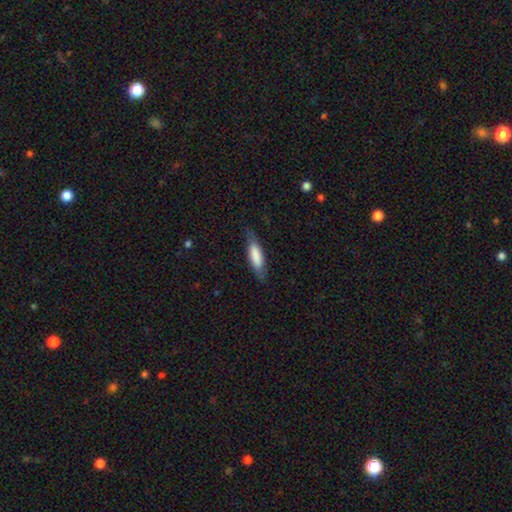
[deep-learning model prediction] smooth_or_featured: smooth (p=0.74) [alt: featured or disk p=0.20]
how_rounded: cigar-shaped (p=0.55) [alt: in between p=0.44]
merging: none (p=0.74) [alt: minor disturbance p=0.20]